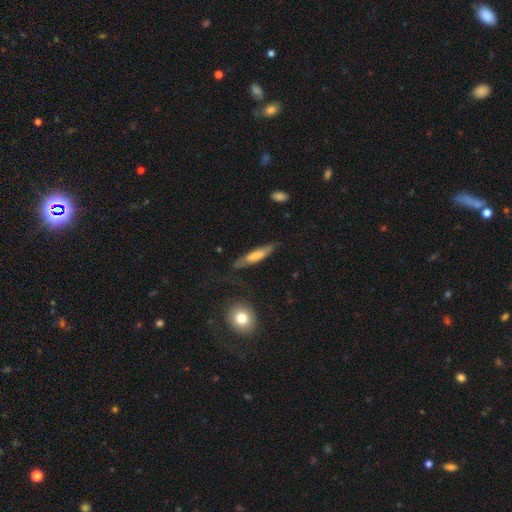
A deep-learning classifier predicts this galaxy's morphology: Smooth or featured? Predicted: smooth (p=0.57). How rounded? Predicted: cigar-shaped (p=0.79). Merging? Predicted: none (p=0.66).